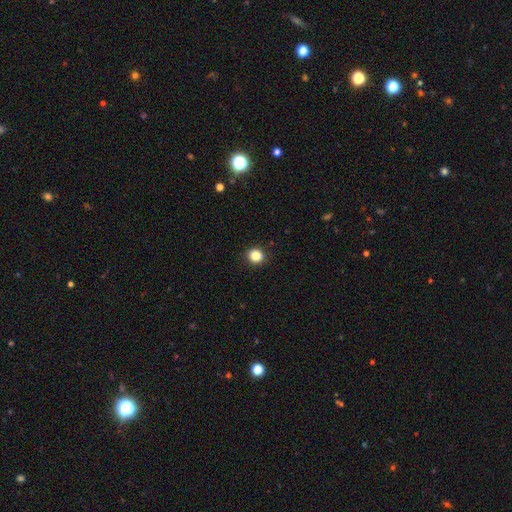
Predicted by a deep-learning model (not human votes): The model was most divided on "smooth or featured": smooth: 85%, star or artifact: 11%, featured or disk: 4%. More confident: merging — none (91%); how rounded — round (89%).